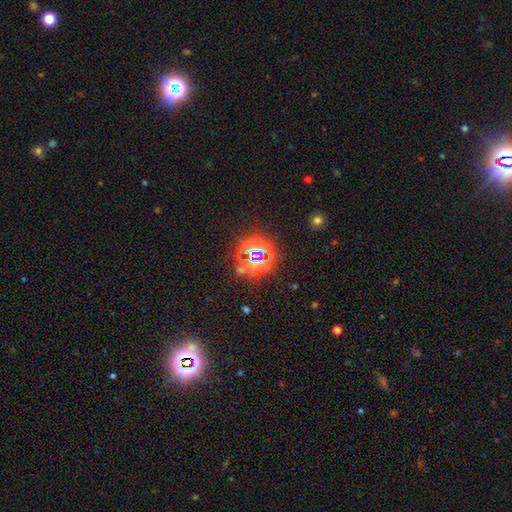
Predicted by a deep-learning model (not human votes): The model was most divided on "smooth or featured": star or artifact: 77%, smooth: 14%, featured or disk: 9%.